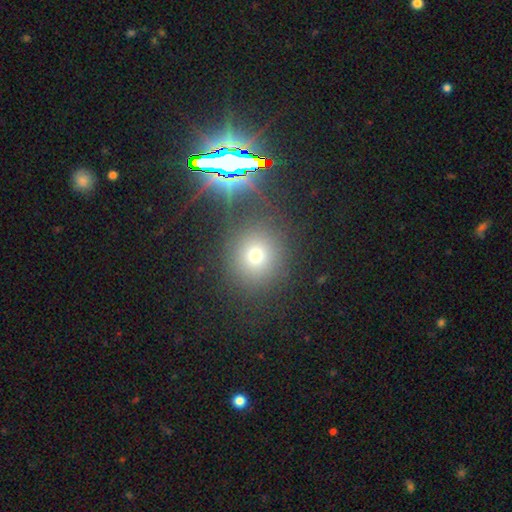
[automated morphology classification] This is likely a smooth galaxy (64%). How rounded: clearly round (88%). Merging: clearly none (85%).